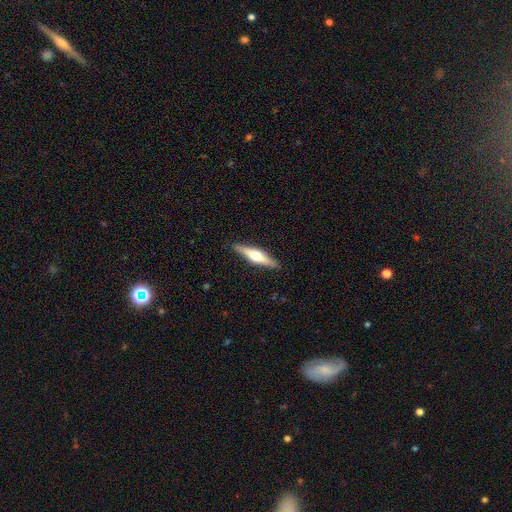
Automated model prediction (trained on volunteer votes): smooth-or-featured: featured or disk: 58% | smooth: 37% | star or artifact: 5%
  disk-edge-on: yes: 95% | no: 5%
    edge-on-bulge: rounded: 93% | boxy: 4% | none: 3%
  merging: none: 89% | minor disturbance: 8% | major disturbance: 2% | merger: 1%